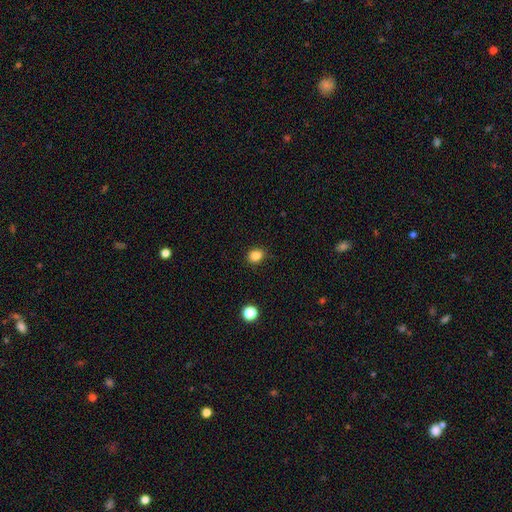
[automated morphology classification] smooth_or_featured: smooth (p=0.85) [alt: star or artifact p=0.11]
how_rounded: round (p=0.54) [alt: in between p=0.45]
merging: none (p=0.86) [alt: minor disturbance p=0.11]